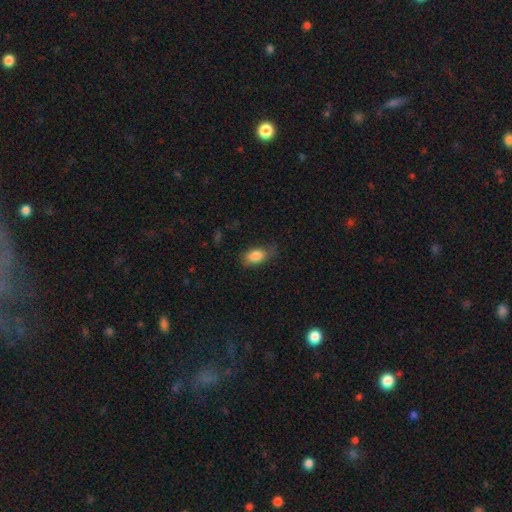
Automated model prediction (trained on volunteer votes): smooth_or_featured: smooth (p=0.84) [alt: featured or disk p=0.08]
how_rounded: in between (p=0.89) [alt: round p=0.07]
merging: none (p=0.64) [alt: minor disturbance p=0.27]